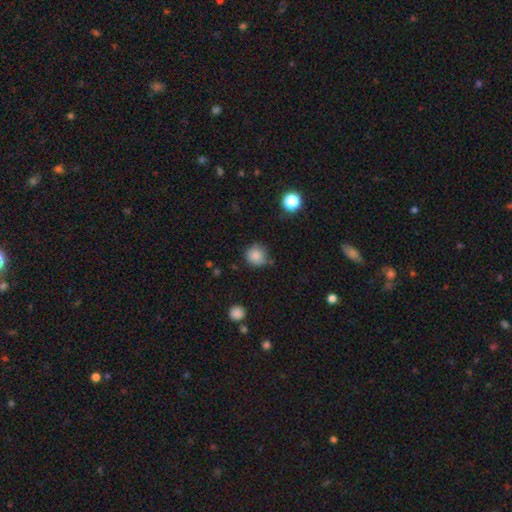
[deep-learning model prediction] Smooth or featured? smooth (85%)
How rounded? round (91%)
Merging? none (69%)